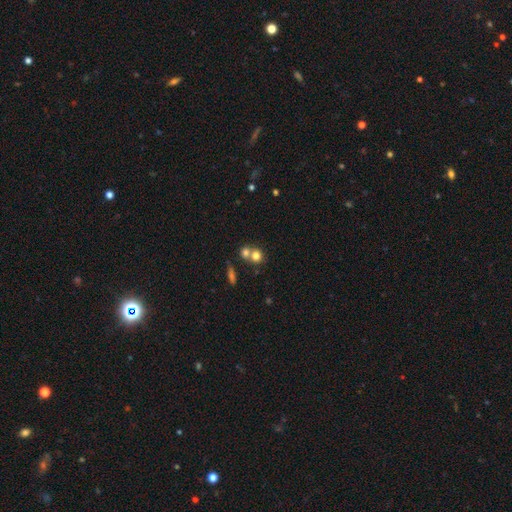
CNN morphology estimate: smooth 76%, featured or disk 12%, star or artifact 12%. Down the decision tree: how rounded — round (80%); merging — merger (49%).